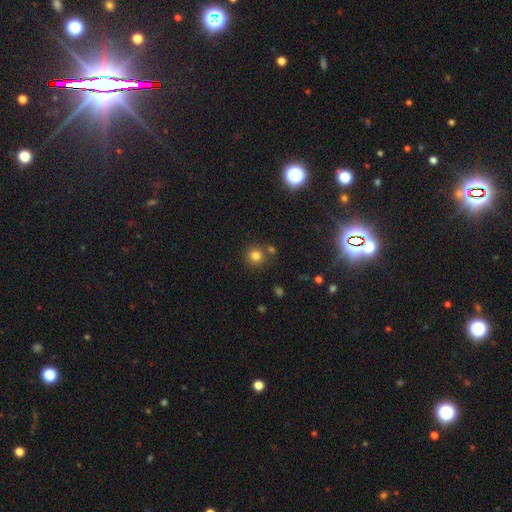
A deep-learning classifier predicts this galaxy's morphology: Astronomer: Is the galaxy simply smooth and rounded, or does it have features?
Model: smooth — 79%.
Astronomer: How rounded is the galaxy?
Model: round — 92%.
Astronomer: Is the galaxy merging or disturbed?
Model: none — 75%.